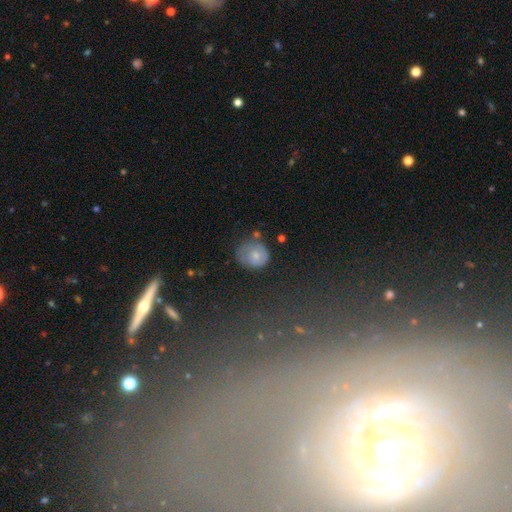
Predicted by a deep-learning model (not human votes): smooth_or_featured: smooth (p=0.60) [alt: featured or disk p=0.31]
how_rounded: round (p=0.71) [alt: in between p=0.28]
merging: none (p=0.54) [alt: minor disturbance p=0.30]